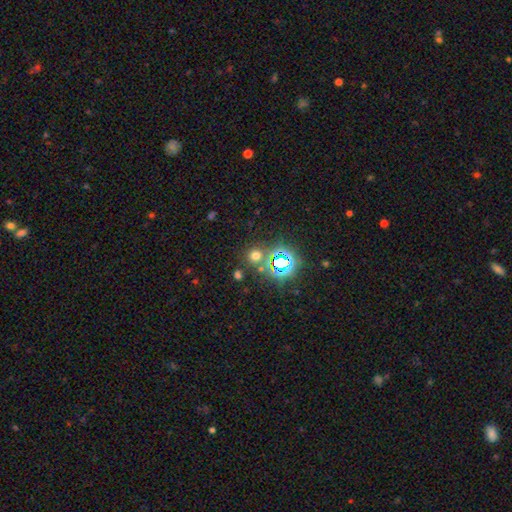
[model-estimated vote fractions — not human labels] A smooth galaxy with no disk features (55%) that is round (85%). Merging: none (77%).